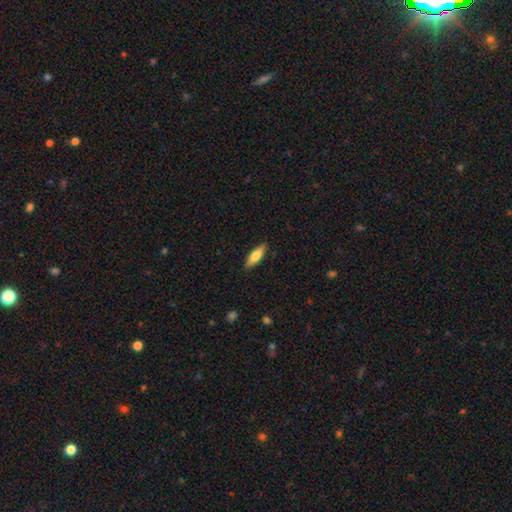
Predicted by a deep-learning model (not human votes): Overall: smooth (71%). How rounded: in between (53%; cigar-shaped 45%). Merging: none (87%).